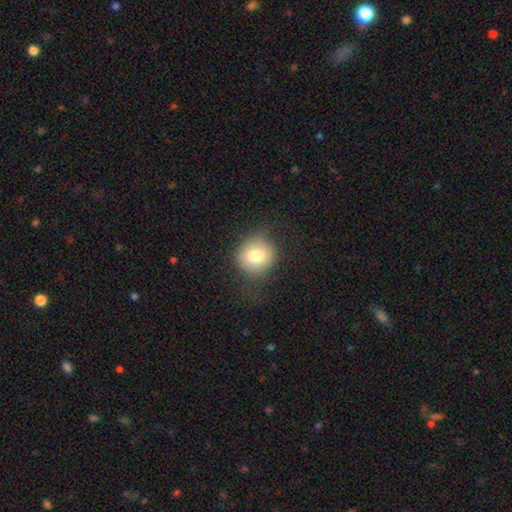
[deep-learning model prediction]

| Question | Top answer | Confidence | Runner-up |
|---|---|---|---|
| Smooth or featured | smooth | 78% | featured or disk (12%) |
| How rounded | round | 87% | in between (12%) |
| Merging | none | 78% | minor disturbance (14%) |